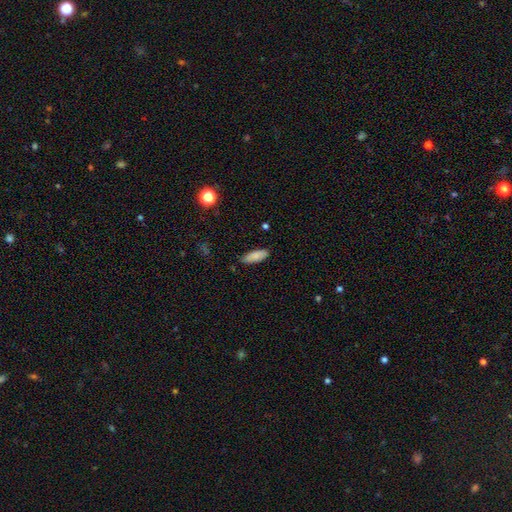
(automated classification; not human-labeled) This is clearly a smooth galaxy (86%). How rounded: likely in between (69%). Merging: clearly none (85%).